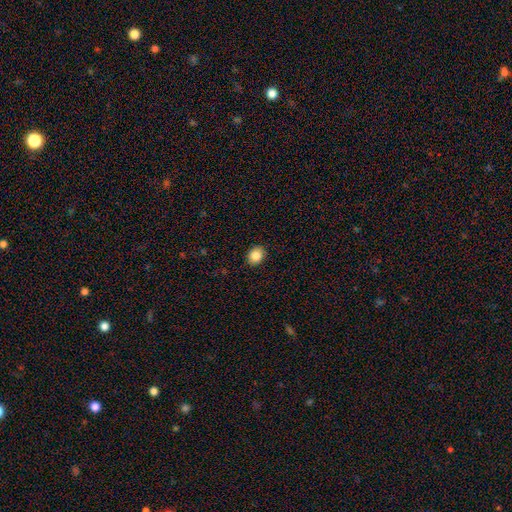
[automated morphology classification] Smooth or featured? smooth (86%)
How rounded? round (50%)
Merging? none (89%)